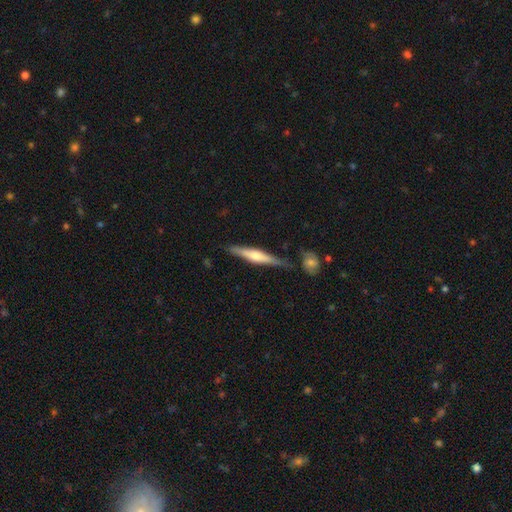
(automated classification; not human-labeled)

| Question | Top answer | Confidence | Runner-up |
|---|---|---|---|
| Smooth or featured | featured or disk | 55% | smooth (39%) |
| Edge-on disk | yes | 96% | no (4%) |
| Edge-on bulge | rounded | 73% | boxy (14%) |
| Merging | none | 80% | minor disturbance (12%) |